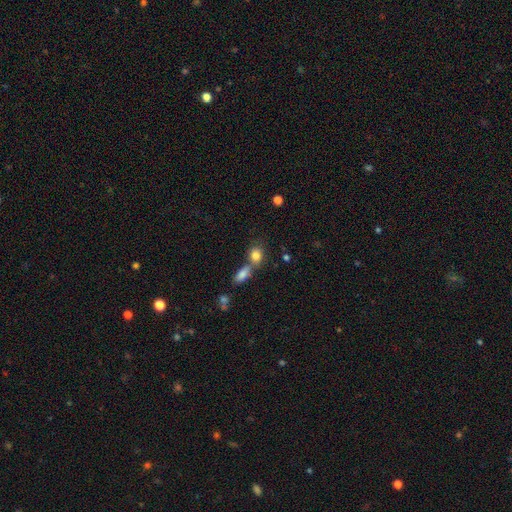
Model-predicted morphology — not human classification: smooth 82%, star or artifact 9%, featured or disk 8%. Down the decision tree: how rounded — in between (55%); merging — none (46%).